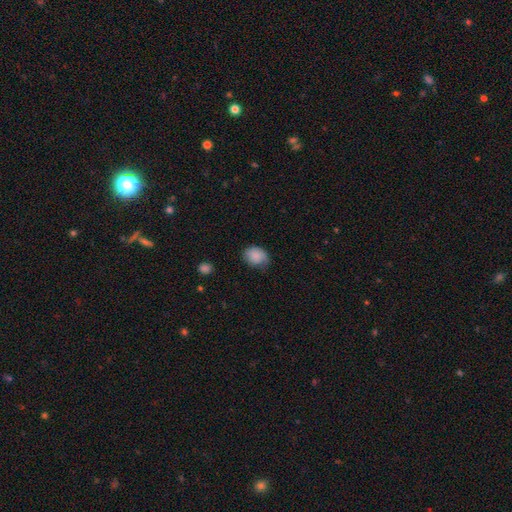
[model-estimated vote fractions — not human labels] smooth-or-featured: smooth: 84% | featured or disk: 8% | star or artifact: 8%
  how-rounded: in between: 54% | round: 45% | cigar-shaped: 1%
  merging: none: 57% | minor disturbance: 33% | major disturbance: 8% | merger: 1%